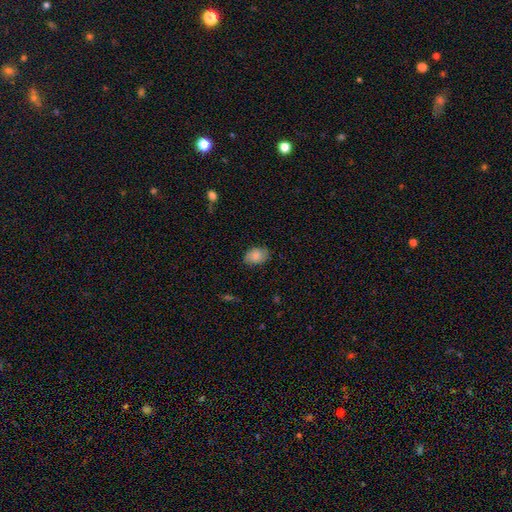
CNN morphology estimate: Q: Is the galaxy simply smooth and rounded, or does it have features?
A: smooth — 84%.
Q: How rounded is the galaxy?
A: in between — 79%.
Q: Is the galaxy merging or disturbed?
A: none — 77%.